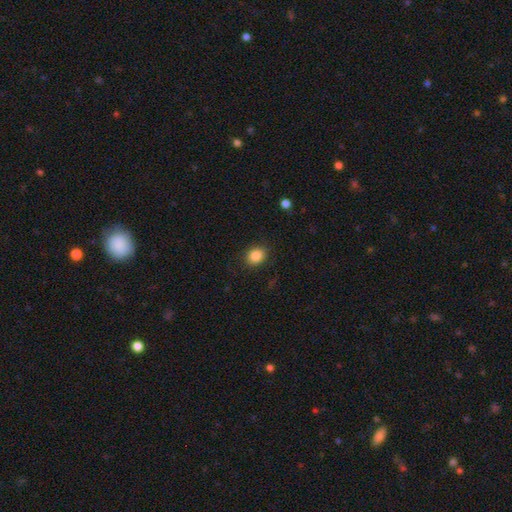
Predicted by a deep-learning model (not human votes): smooth_or_featured: smooth (p=0.86) [alt: star or artifact p=0.09]
how_rounded: round (p=0.50) [alt: in between p=0.49]
merging: none (p=0.87) [alt: minor disturbance p=0.09]